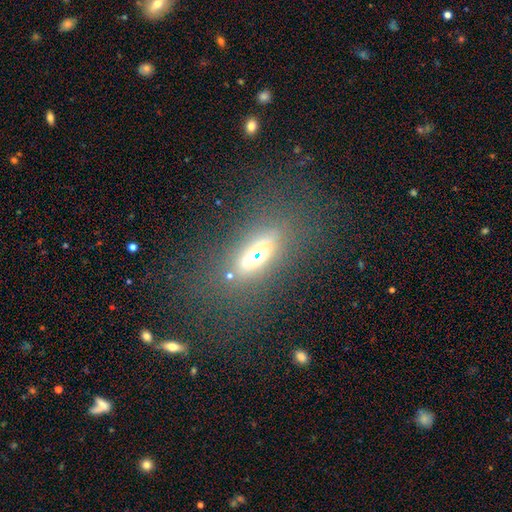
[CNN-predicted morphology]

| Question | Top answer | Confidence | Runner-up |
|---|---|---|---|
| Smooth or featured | smooth | 42% | featured or disk (36%) |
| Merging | none | 72% | minor disturbance (12%) |